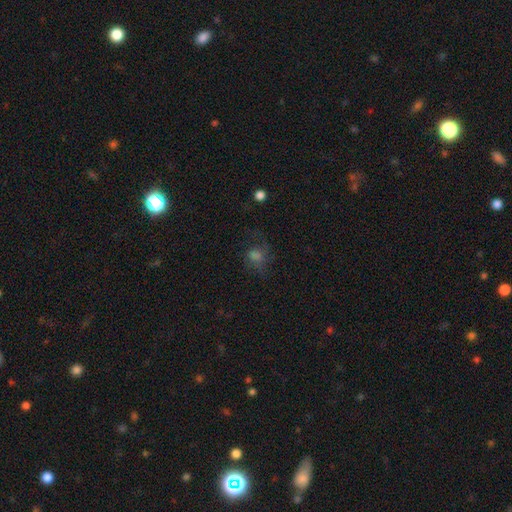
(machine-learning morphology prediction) type=smooth (53%); roundness=round (66%); merging=none (52%).